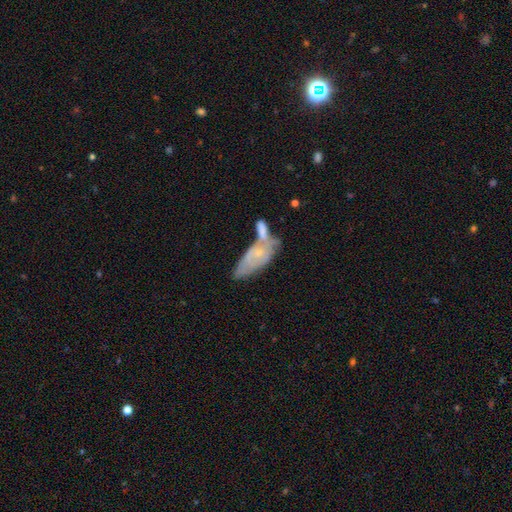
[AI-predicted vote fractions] Smooth or featured?
  - featured or disk: 52% *
  - smooth: 41%
  - star or artifact: 7%
Edge-on disk?
  - no: 86% *
  - yes: 14%
Merging?
  - merger: 51% *
  - none: 22%
  - minor disturbance: 17%
  - major disturbance: 11%